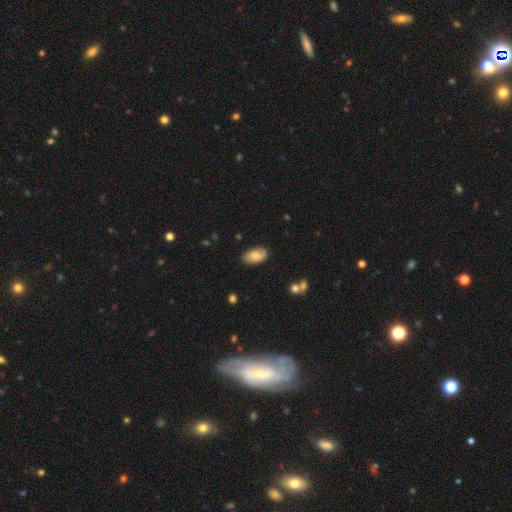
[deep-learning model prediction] Smooth or featured? Predicted: smooth (p=0.70). How rounded? Predicted: in between (p=0.94). Merging? Predicted: none (p=0.81).